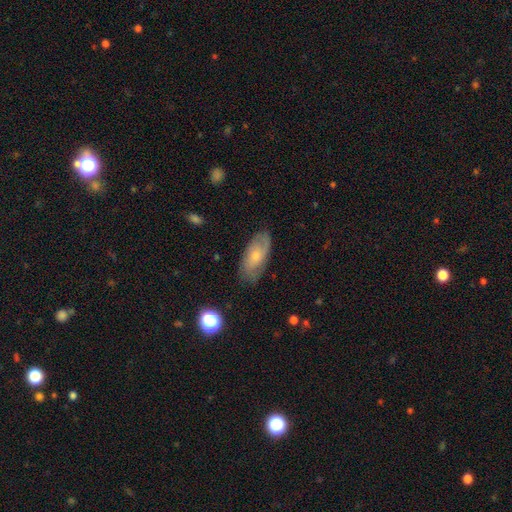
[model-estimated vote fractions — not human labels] smooth_or_featured: smooth (p=0.48) [alt: featured or disk p=0.45]
merging: none (p=0.74) [alt: minor disturbance p=0.19]